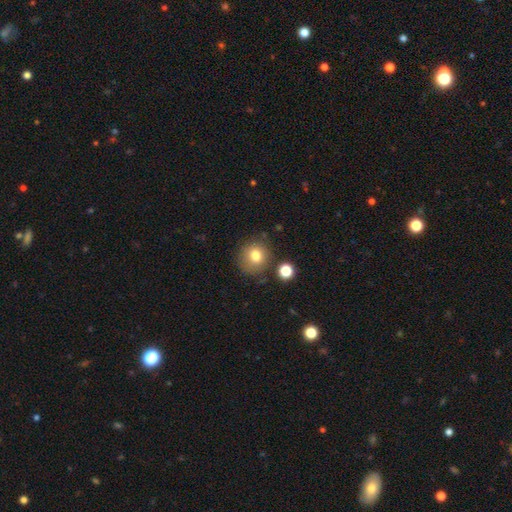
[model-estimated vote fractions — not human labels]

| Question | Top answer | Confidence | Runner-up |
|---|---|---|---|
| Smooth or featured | smooth | 78% | star or artifact (12%) |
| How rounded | round | 85% | in between (14%) |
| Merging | none | 79% | minor disturbance (12%) |